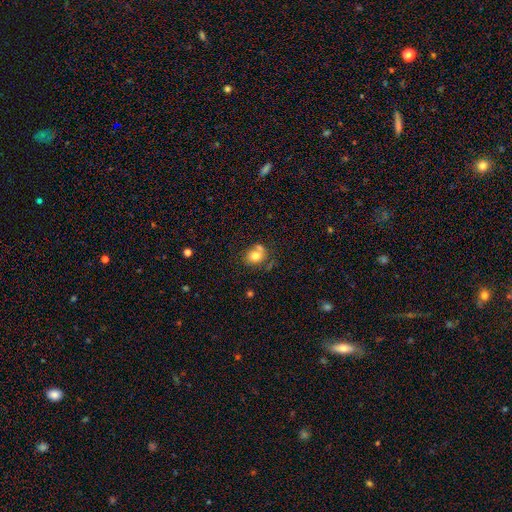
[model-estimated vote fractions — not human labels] Smooth or featured? Predicted: smooth (p=0.75). How rounded? Predicted: round (p=0.57). Merging? Predicted: none (p=0.47).